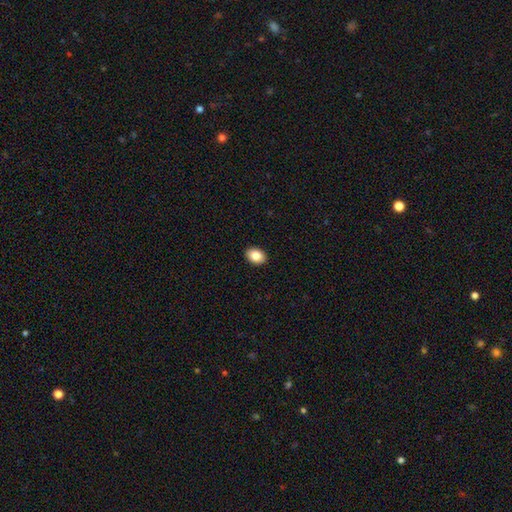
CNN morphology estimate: Smooth or featured? smooth (85%)
How rounded? in between (73%)
Merging? none (92%)